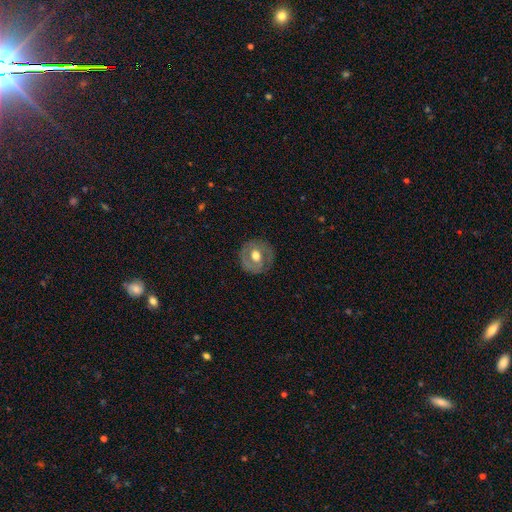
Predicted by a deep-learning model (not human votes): Morphology: type=featured or disk (54%); edge-on=no (95%); bar=no (61%); spiral arms=no (63%); bulge=moderate (66%); merging=none (79%).